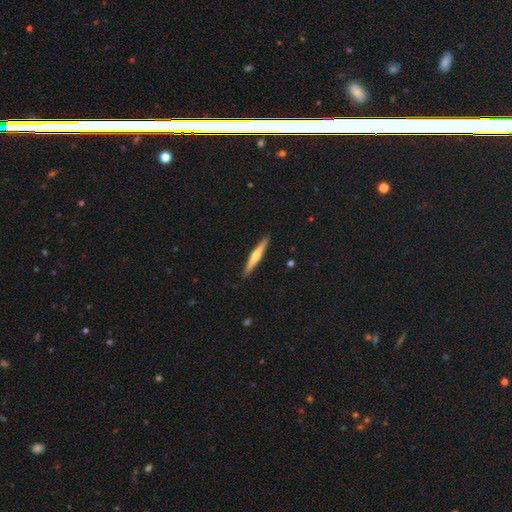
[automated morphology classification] Smooth or featured?
  - featured or disk: 52% *
  - smooth: 42%
  - star or artifact: 5%
Edge-on disk?
  - yes: 97% *
  - no: 3%
Edge-on bulge?
  - rounded: 75% *
  - none: 17%
  - boxy: 7%
Merging?
  - none: 91% *
  - minor disturbance: 7%
  - major disturbance: 1%
  - merger: 1%